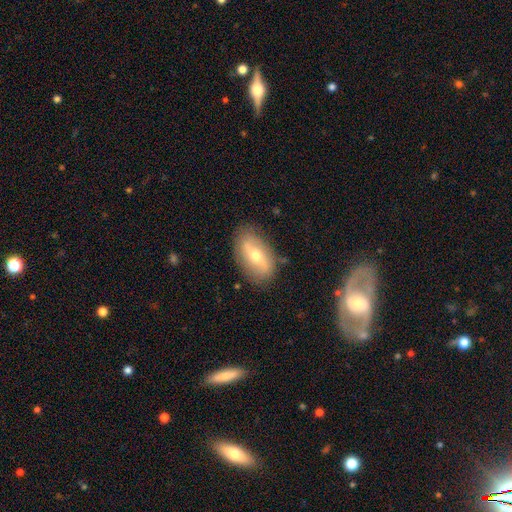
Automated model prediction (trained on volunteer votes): This is possibly a featured or disk galaxy (52%). It is clearly not viewed edge-on (81%). Merging: clearly none (81%).